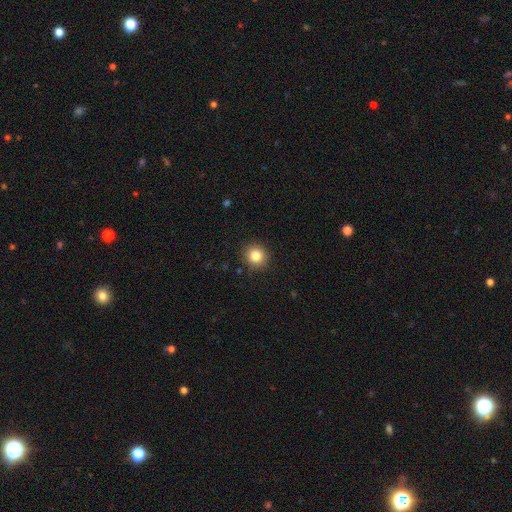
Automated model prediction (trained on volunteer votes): smooth-or-featured: smooth: 84% | star or artifact: 11% | featured or disk: 5%
  how-rounded: round: 91% | in between: 8% | cigar-shaped: 1%
  merging: none: 90% | minor disturbance: 7% | major disturbance: 2% | merger: 1%